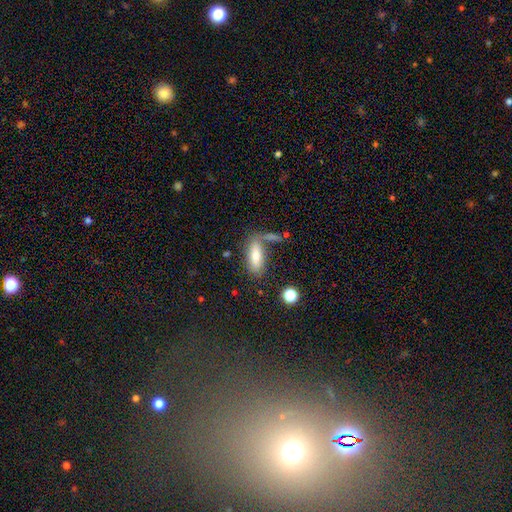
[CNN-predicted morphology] Smooth or featured? Predicted: smooth (p=0.75). How rounded? Predicted: in between (p=0.71). Merging? Predicted: none (p=0.57).